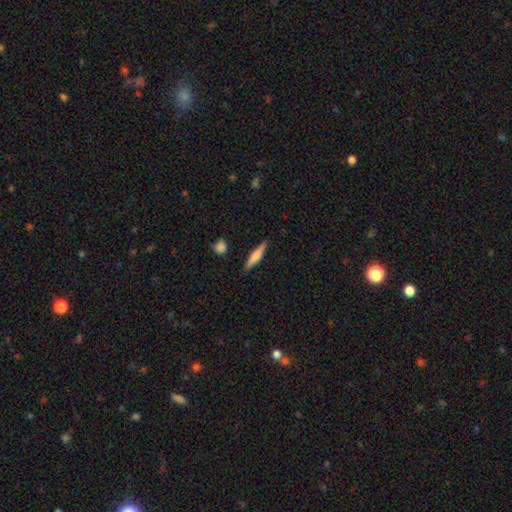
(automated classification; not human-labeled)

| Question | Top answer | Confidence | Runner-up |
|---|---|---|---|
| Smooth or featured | smooth | 55% | featured or disk (39%) |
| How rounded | cigar-shaped | 87% | in between (11%) |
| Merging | none | 88% | minor disturbance (8%) |